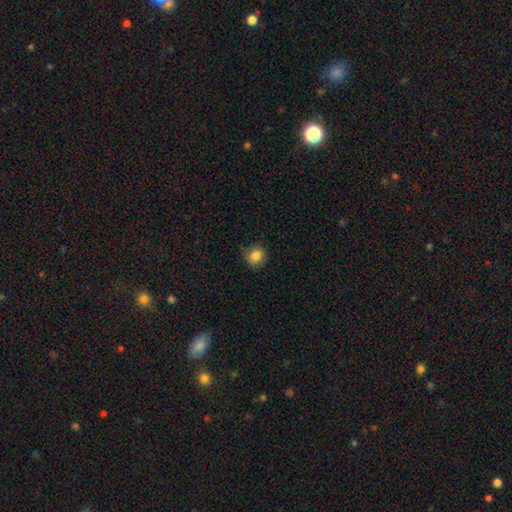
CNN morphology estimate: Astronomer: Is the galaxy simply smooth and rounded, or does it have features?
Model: smooth — 85%.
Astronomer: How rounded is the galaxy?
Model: round — 79%.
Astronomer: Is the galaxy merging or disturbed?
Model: none — 78%.